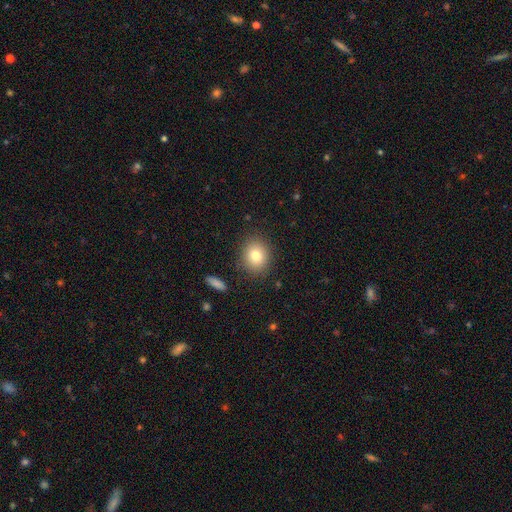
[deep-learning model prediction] smooth 80%, star or artifact 10%, featured or disk 10%. Down the decision tree: how rounded — round (67%); merging — none (87%).